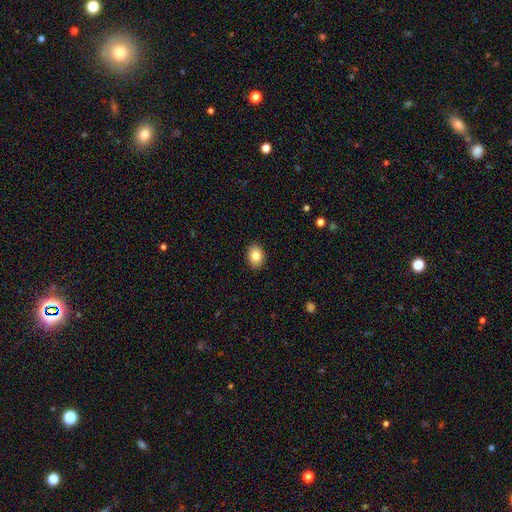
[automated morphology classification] A smooth galaxy with no disk features (83%) that is in between round and cigar-shaped (67%). Merging: none (90%).